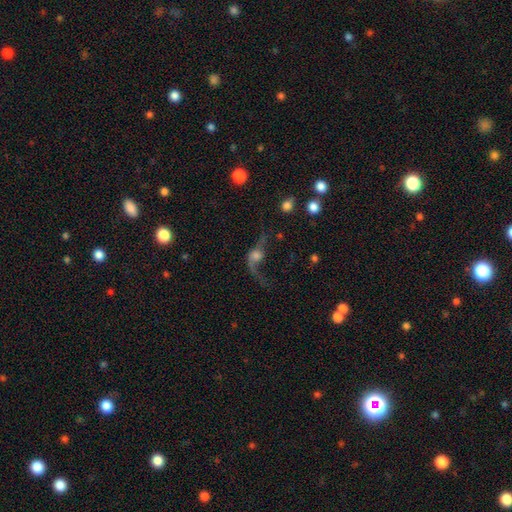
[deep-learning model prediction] Smooth or featured?
  - featured or disk: 58% *
  - smooth: 30%
  - star or artifact: 12%
Edge-on disk?
  - no: 90% *
  - yes: 10%
Bar?
  - no: 74% *
  - weak: 21%
  - strong: 6%
Spiral arms?
  - yes: 74% *
  - no: 26%
Bulge size?
  - moderate: 37% *
  - large: 24%
  - small: 21%
  - none: 11%
  - dominant: 7%
Merging?
  - major disturbance: 47% *
  - none: 30%
  - minor disturbance: 14%
  - merger: 8%